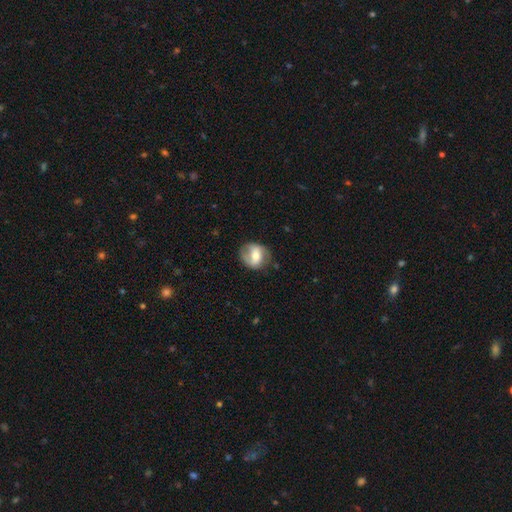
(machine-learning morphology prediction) Smooth or featured?
  - featured or disk: 58% *
  - smooth: 35%
  - star or artifact: 7%
Edge-on disk?
  - no: 96% *
  - yes: 4%
Bar?
  - weak: 39% *
  - strong: 32%
  - no: 29%
Spiral arms?
  - yes: 74% *
  - no: 26%
Bulge size?
  - moderate: 65% *
  - small: 23%
  - large: 9%
  - none: 2%
  - dominant: 1%
Merging?
  - none: 72% *
  - minor disturbance: 18%
  - major disturbance: 8%
  - merger: 1%